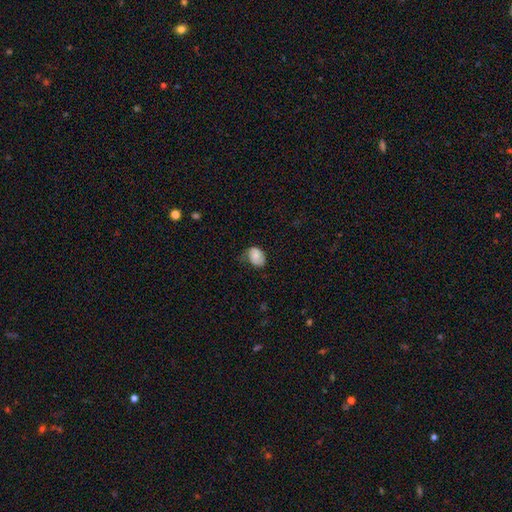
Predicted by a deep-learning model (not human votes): This appears to be a smooth galaxy with no disk features (75%) that is in between round and cigar-shaped (76%). Merging: none (50%).